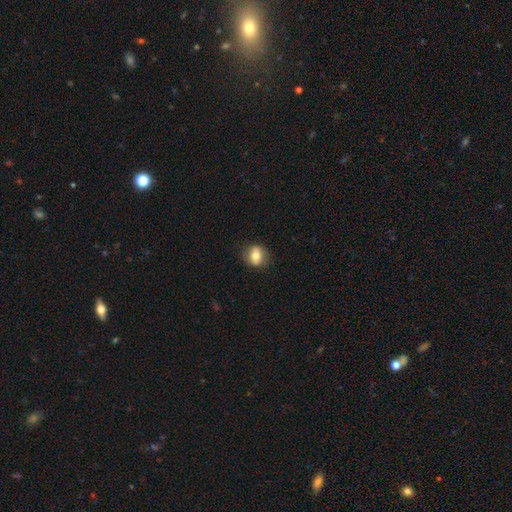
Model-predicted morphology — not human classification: smooth_or_featured: smooth (p=0.69) [alt: featured or disk p=0.22]
how_rounded: round (p=0.61) [alt: in between p=0.37]
merging: none (p=0.82) [alt: minor disturbance p=0.13]